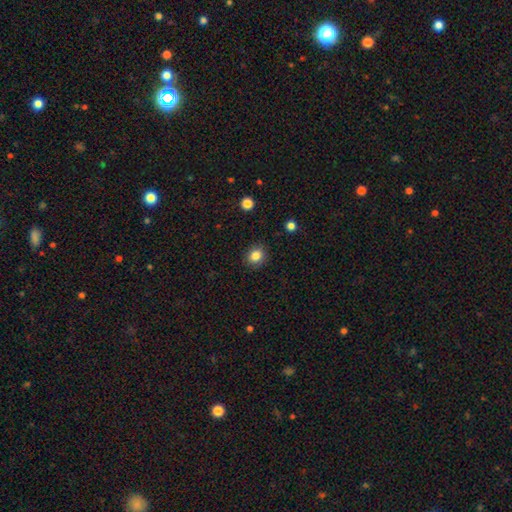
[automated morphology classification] Overall: smooth (84%). How rounded: round (72%). Merging: none (88%).